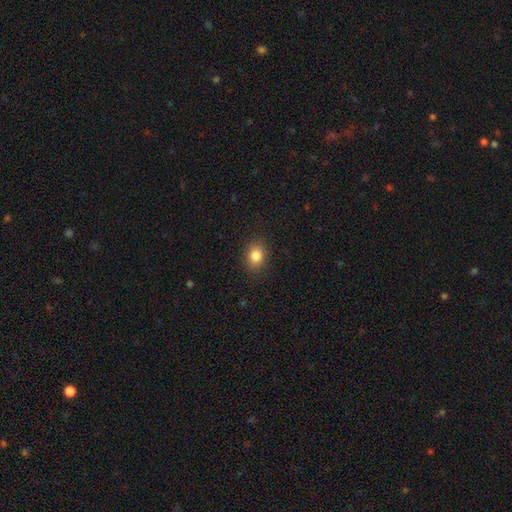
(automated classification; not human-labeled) smooth-or-featured: smooth: 84% | star or artifact: 10% | featured or disk: 6%
  how-rounded: round: 52% | in between: 46% | cigar-shaped: 1%
  merging: none: 87% | minor disturbance: 9% | major disturbance: 3% | merger: 1%